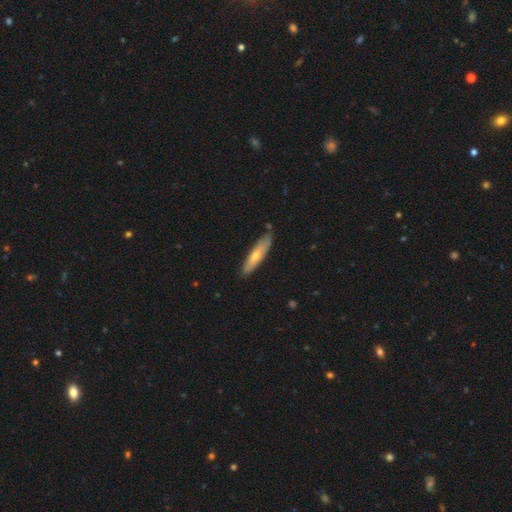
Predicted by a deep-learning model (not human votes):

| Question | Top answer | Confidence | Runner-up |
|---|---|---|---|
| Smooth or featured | smooth | 54% | featured or disk (40%) |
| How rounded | cigar-shaped | 80% | in between (19%) |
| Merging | none | 81% | minor disturbance (15%) |